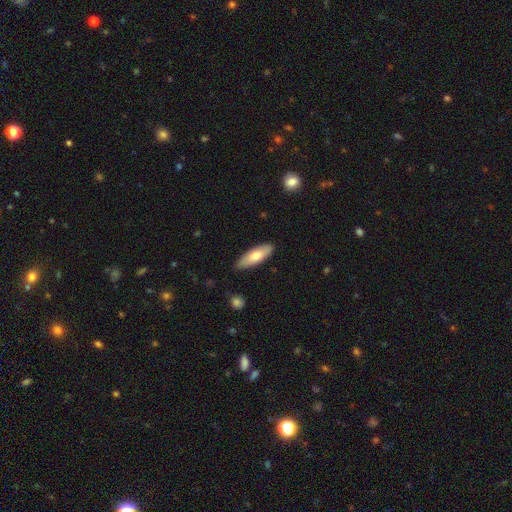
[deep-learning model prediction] This is likely a smooth galaxy (72%). How rounded: likely in between (61%). Merging: clearly none (85%).